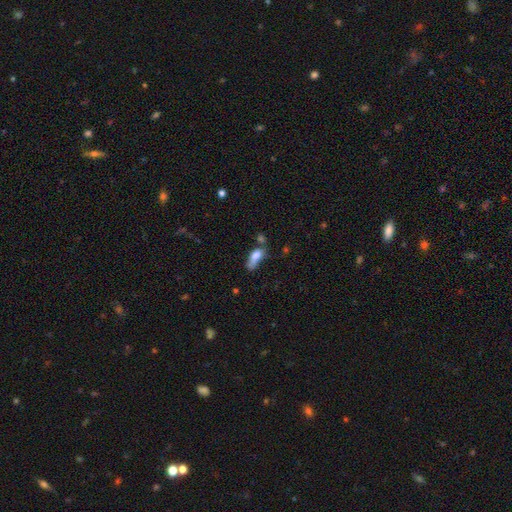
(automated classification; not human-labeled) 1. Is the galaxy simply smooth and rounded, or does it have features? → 70% smooth, 19% featured or disk, 11% star or artifact.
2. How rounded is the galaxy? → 72% in between, 20% cigar-shaped, 7% round.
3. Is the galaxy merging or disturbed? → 28% merger, 26% none, 23% minor disturbance, 23% major disturbance.